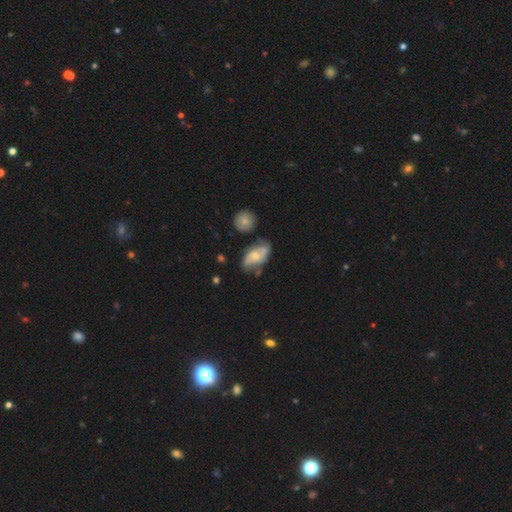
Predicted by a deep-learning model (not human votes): Smooth or featured?
  - featured or disk: 57% *
  - smooth: 35%
  - star or artifact: 7%
Edge-on disk?
  - no: 94% *
  - yes: 6%
Bar?
  - no: 57% *
  - weak: 34%
  - strong: 9%
Spiral arms?
  - yes: 79% *
  - no: 21%
Bulge size?
  - small: 52% *
  - moderate: 37%
  - none: 6%
  - large: 3%
  - dominant: 1%
Merging?
  - none: 55% *
  - minor disturbance: 25%
  - major disturbance: 10%
  - merger: 10%